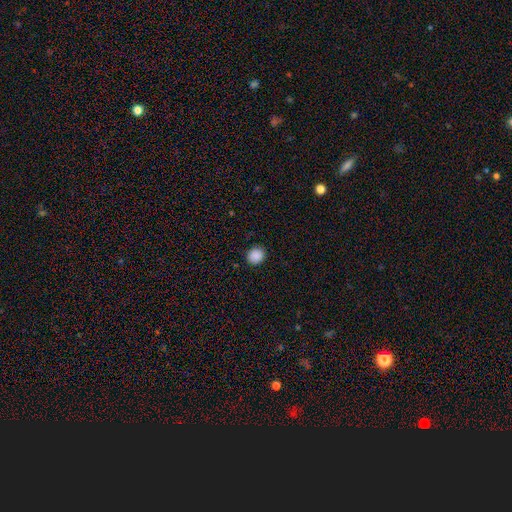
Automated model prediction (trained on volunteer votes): The model was most divided on "how rounded": round: 81%, in between: 18%, cigar-shaped: 1%. More confident: merging — none (91%); smooth or featured — smooth (89%).